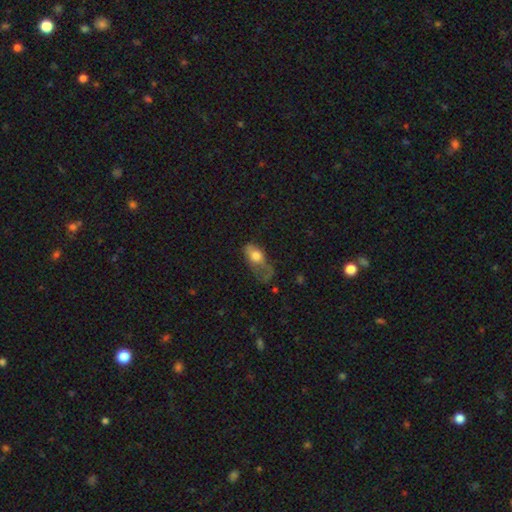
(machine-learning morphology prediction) Smooth or featured? smooth (66%)
How rounded? in between (84%)
Merging? major disturbance (54%)